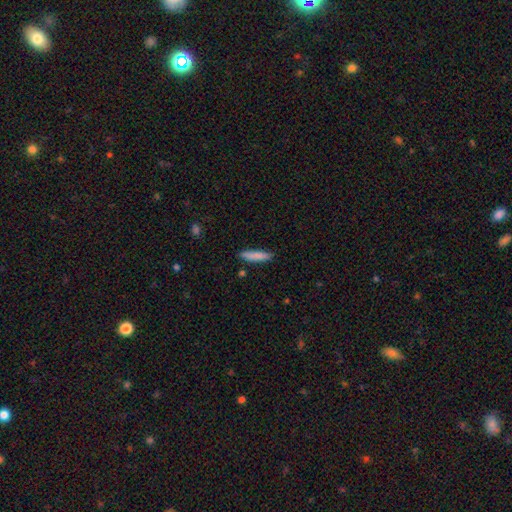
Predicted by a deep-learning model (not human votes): Morphology: type=smooth (83%); roundness=cigar-shaped (84%); merging=none (85%).